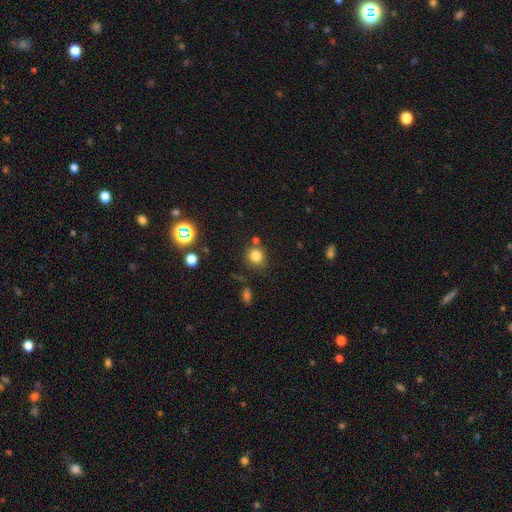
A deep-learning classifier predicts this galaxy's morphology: Smooth or featured? smooth (80%)
How rounded? round (82%)
Merging? none (75%)